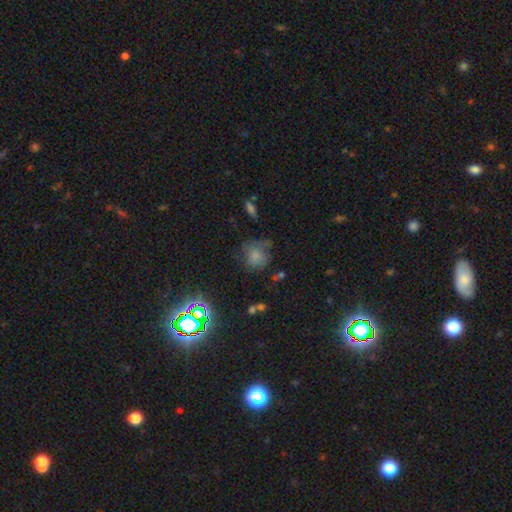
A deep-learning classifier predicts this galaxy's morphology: This appears to be a smooth galaxy with no disk features (65%) that is round (78%). Merging: none (49%).